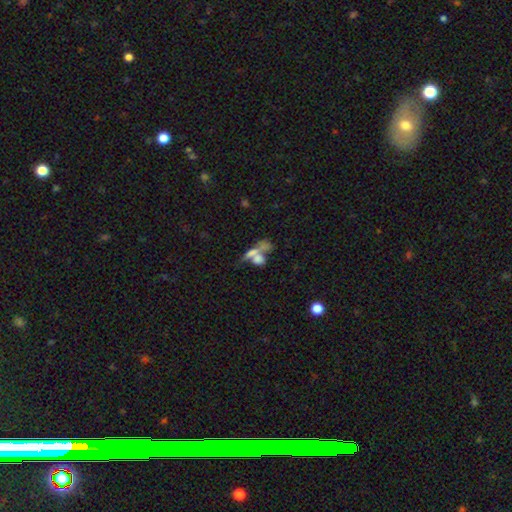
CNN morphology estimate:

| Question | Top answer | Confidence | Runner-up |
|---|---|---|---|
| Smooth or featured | smooth | 59% | featured or disk (28%) |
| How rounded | in between | 52% | round (26%) |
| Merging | merger | 56% | none (25%) |